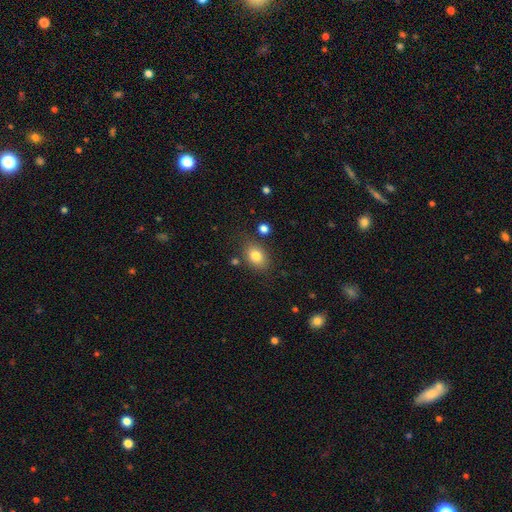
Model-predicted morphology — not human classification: Smooth or featured: smooth — 81% (star or artifact — 10%)
How rounded: in between — 71% (round — 28%)
Merging: none — 78% (minor disturbance — 14%)